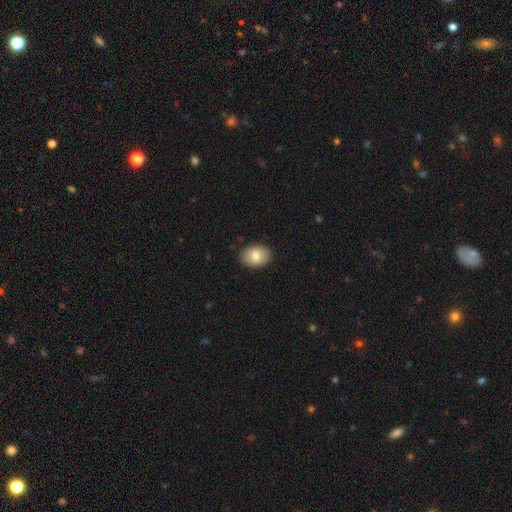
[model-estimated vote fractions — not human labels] The model was most divided on "how rounded": in between: 76%, round: 23%, cigar-shaped: 1%. More confident: merging — none (89%); smooth or featured — smooth (81%).